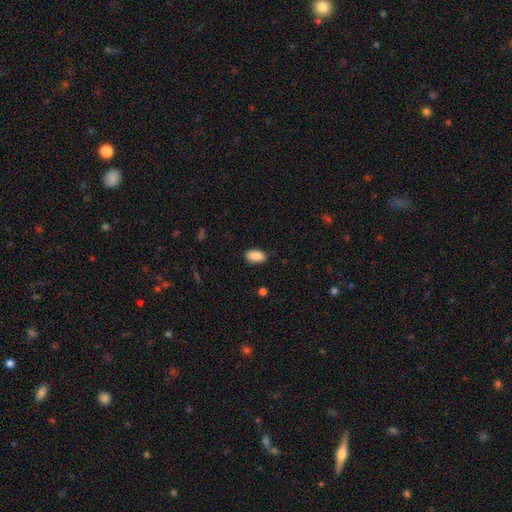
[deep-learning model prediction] A smooth galaxy with no disk features (89%) that is in between round and cigar-shaped (93%). Merging: none (86%).